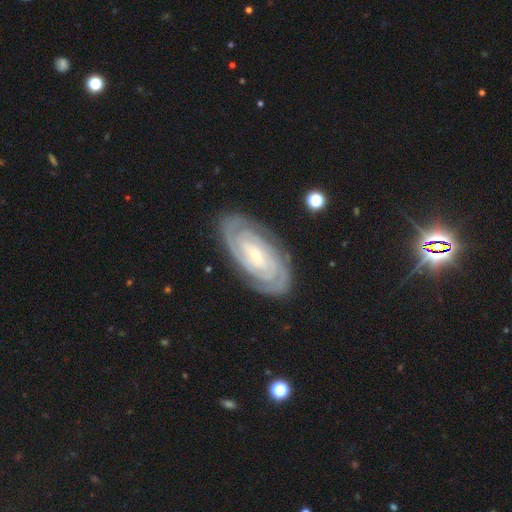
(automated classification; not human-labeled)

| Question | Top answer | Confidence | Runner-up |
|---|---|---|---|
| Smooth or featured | featured or disk | 90% | smooth (5%) |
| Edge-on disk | no | 96% | yes (4%) |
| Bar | no | 46% | weak (32%) |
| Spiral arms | yes | 98% | no (2%) |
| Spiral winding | tight | 85% | medium (13%) |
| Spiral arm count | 2 | 45% | 3 (18%) |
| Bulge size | small | 80% | moderate (16%) |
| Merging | none | 83% | minor disturbance (12%) |